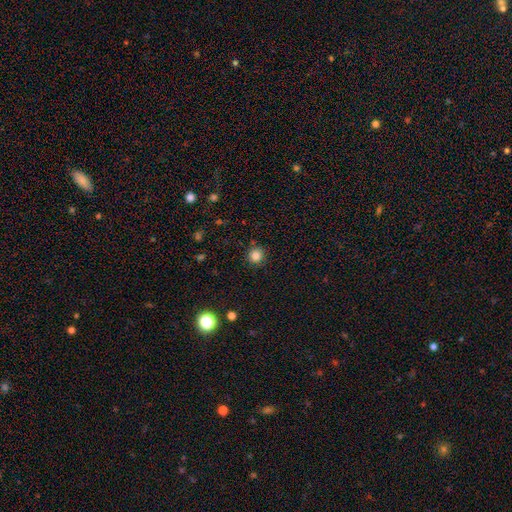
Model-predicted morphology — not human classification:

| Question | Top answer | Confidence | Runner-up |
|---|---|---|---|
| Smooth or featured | smooth | 84% | star or artifact (12%) |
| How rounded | round | 93% | in between (6%) |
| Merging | none | 88% | minor disturbance (8%) |